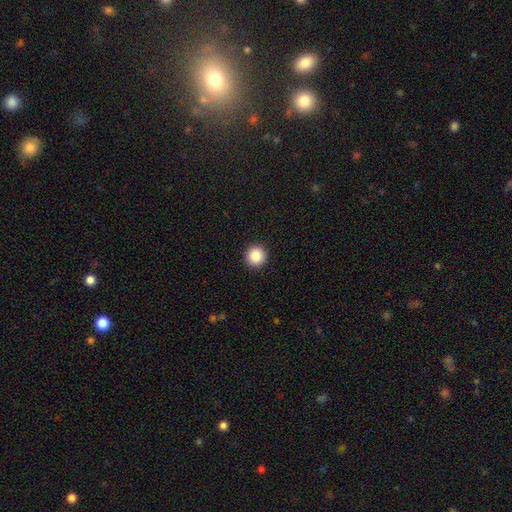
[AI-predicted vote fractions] smooth 88%, star or artifact 9%, featured or disk 3%. Down the decision tree: how rounded — round (95%); merging — none (93%).